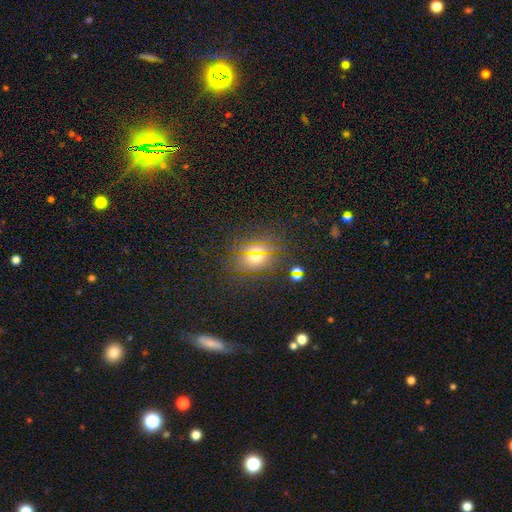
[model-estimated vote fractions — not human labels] smooth_or_featured: star or artifact (p=0.47) [alt: smooth p=0.38]